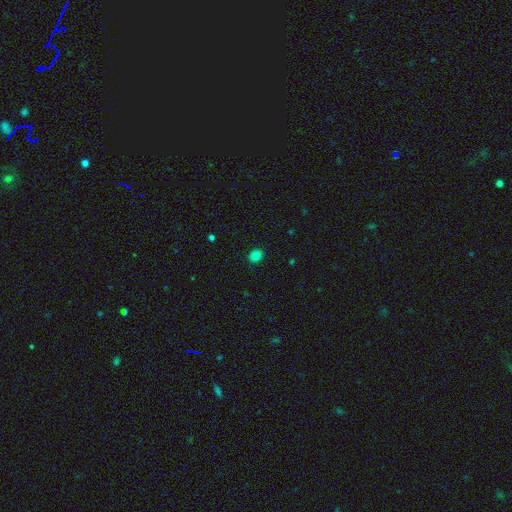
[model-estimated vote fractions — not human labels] This appears to be a smooth galaxy with no disk features (82%) that is round (63%). Merging: none (91%).